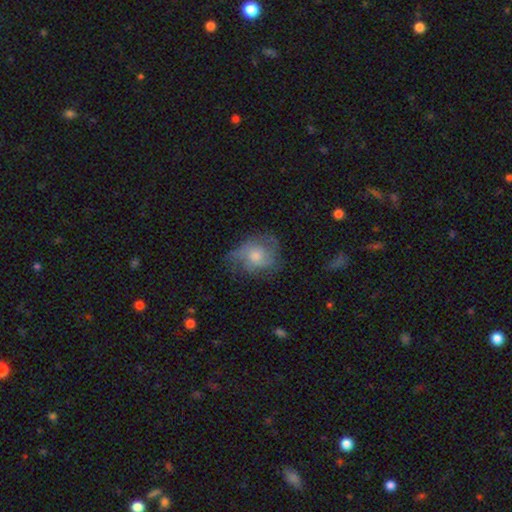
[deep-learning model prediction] This is possibly a smooth galaxy (48%). Merging: possibly none (51%).